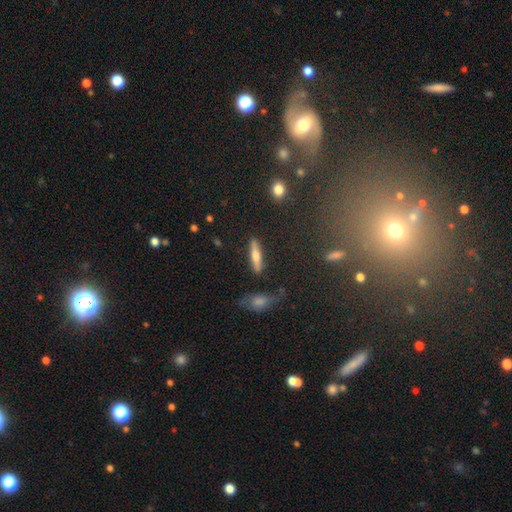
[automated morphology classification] This appears to be a smooth galaxy with no disk features (54%) that is cigar-shaped (80%). Merging: none (83%).